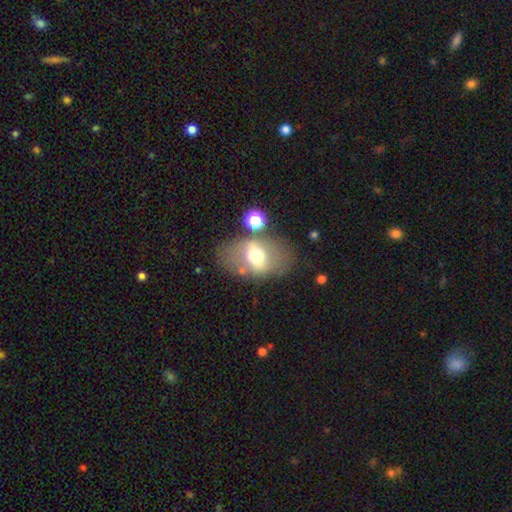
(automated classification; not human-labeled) This is possibly a smooth galaxy (50%). Merging: likely none (61%).